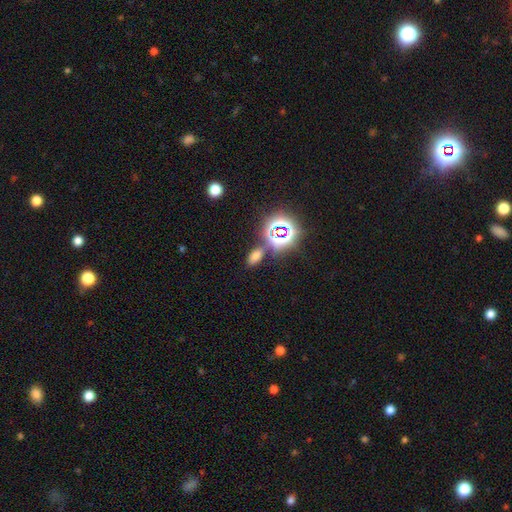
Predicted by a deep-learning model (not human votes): A smooth galaxy with no disk features (59%) that is in between round and cigar-shaped (85%).

Vote fractions:
- Smooth or featured? smooth: 59% / star or artifact: 33% / featured or disk: 8%
- How rounded? in between: 85% / round: 10% / cigar-shaped: 6%
- Merging? none: 78% / minor disturbance: 11% / merger: 8% / major disturbance: 4%